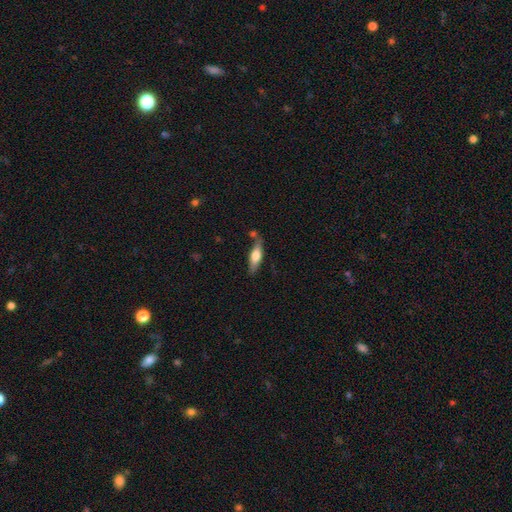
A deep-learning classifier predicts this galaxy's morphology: smooth_or_featured: smooth (p=0.56) [alt: featured or disk p=0.37]
how_rounded: cigar-shaped (p=0.51) [alt: in between p=0.46]
merging: none (p=0.65) [alt: minor disturbance p=0.18]